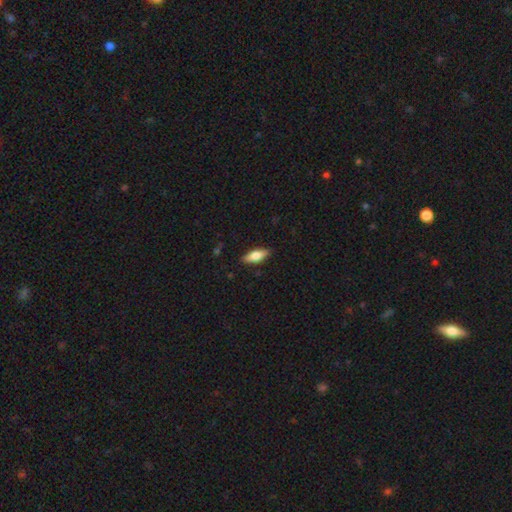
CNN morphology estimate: The model was most divided on "how rounded": in between: 68%, cigar-shaped: 29%, round: 3%. More confident: merging — none (87%); smooth or featured — smooth (67%).